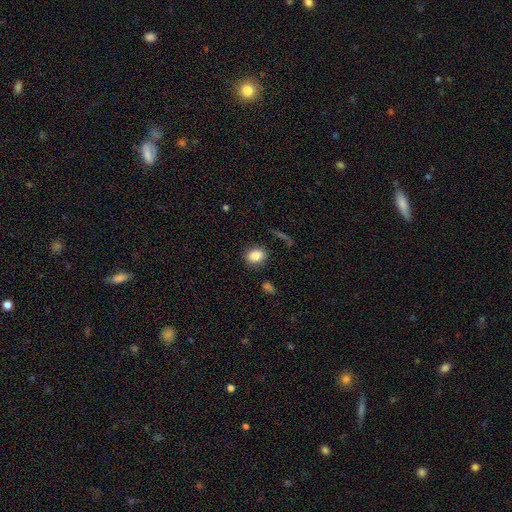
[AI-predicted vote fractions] A smooth galaxy with no disk features (86%) that is in between round and cigar-shaped (66%). Merging: none (82%).